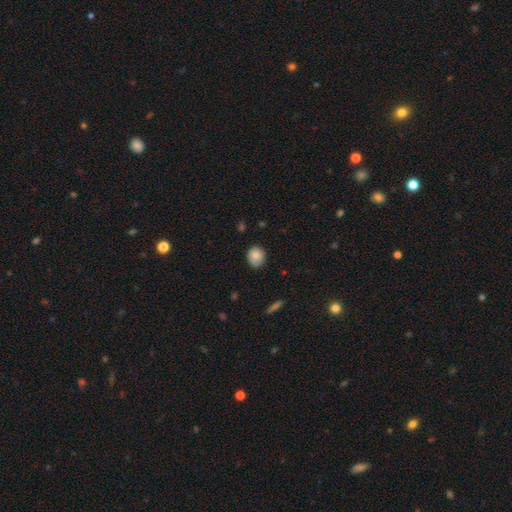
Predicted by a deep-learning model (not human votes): smooth_or_featured: smooth (p=0.80) [alt: featured or disk p=0.12]
how_rounded: round (p=0.74) [alt: in between p=0.25]
merging: none (p=0.83) [alt: minor disturbance p=0.14]